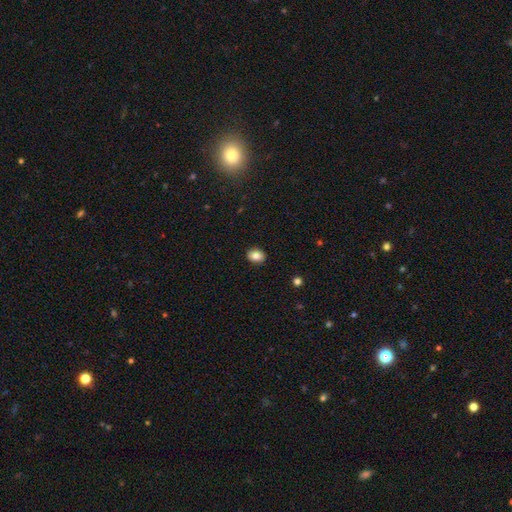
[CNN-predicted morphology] Q: Smooth or featured?
A: smooth (85%); runner-up: star or artifact (9%)
Q: How rounded?
A: in between (60%); runner-up: round (39%)
Q: Merging?
A: none (90%); runner-up: minor disturbance (7%)